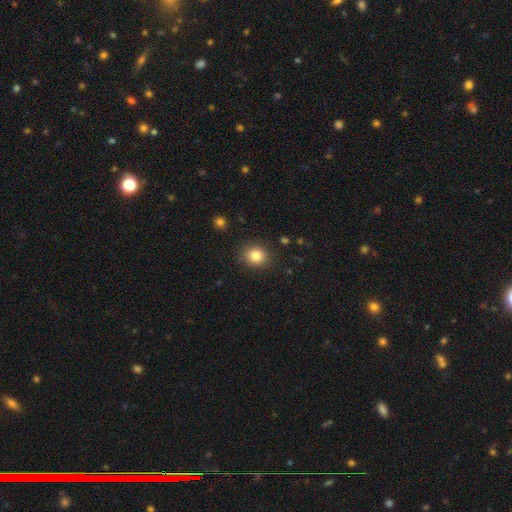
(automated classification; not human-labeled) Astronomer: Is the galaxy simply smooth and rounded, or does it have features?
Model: smooth — 83%.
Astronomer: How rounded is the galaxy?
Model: round — 75%.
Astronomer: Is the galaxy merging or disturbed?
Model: none — 86%.